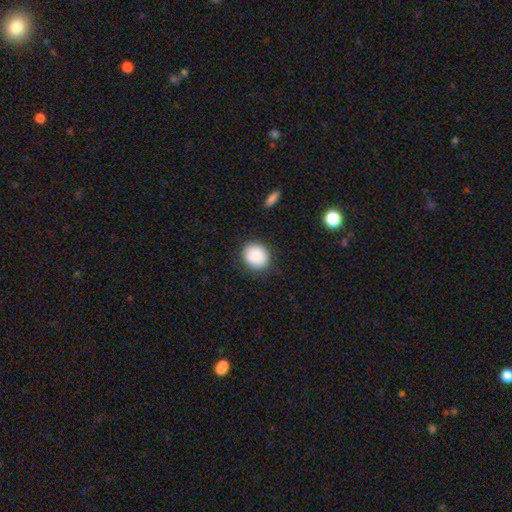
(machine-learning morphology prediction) The model was most divided on "how rounded": round: 77%, in between: 22%, cigar-shaped: 1%. More confident: smooth or featured — smooth (88%); merging — none (88%).